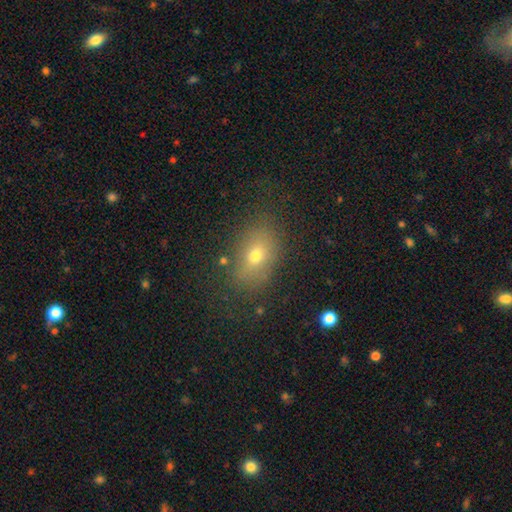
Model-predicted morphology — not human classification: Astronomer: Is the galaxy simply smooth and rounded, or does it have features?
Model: smooth — 65%.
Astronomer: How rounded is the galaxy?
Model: in between — 75%.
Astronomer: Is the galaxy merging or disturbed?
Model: none — 76%.